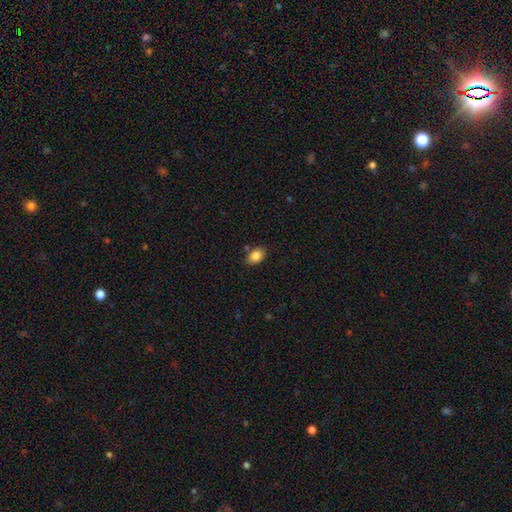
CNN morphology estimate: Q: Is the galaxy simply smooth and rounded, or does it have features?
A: smooth — 86%.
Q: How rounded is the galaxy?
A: in between — 80%.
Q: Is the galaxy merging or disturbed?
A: none — 80%.